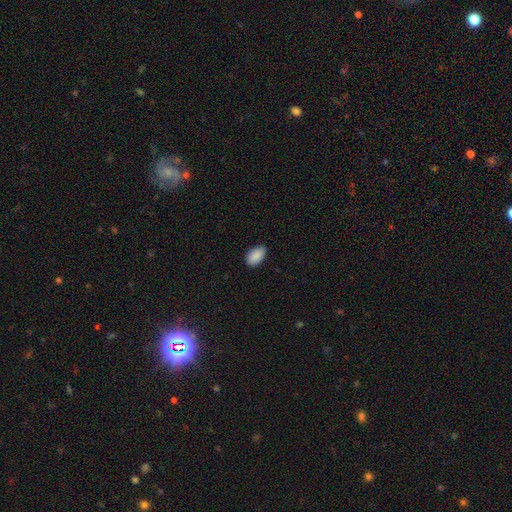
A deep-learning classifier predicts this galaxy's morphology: A smooth galaxy with no disk features (91%) that is in between round and cigar-shaped (93%).

Vote fractions:
- Smooth or featured? smooth: 91% / star or artifact: 6% / featured or disk: 3%
- How rounded? in between: 93% / round: 6% / cigar-shaped: 1%
- Merging? none: 85% / minor disturbance: 12% / major disturbance: 2% / merger: 1%